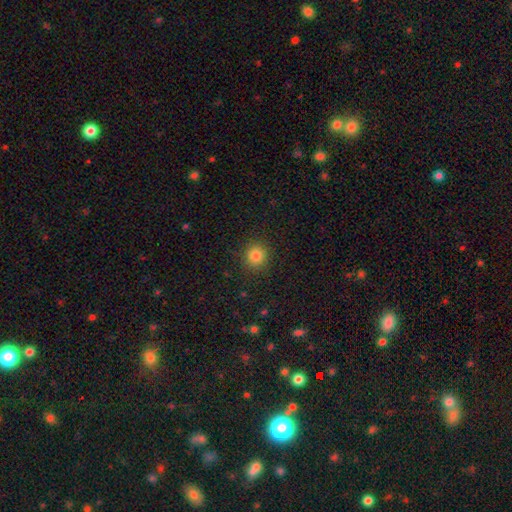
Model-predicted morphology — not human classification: Q: Smooth or featured?
A: smooth (83%); runner-up: star or artifact (12%)
Q: How rounded?
A: round (91%); runner-up: in between (8%)
Q: Merging?
A: none (90%); runner-up: minor disturbance (7%)